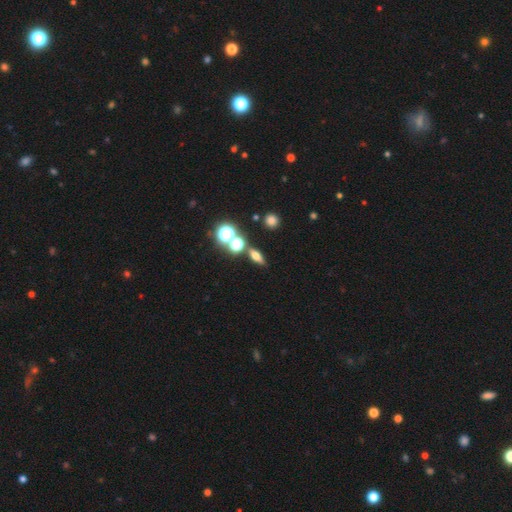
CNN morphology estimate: Smooth or featured? smooth (52%)
How rounded? in between (50%)
Merging? none (78%)